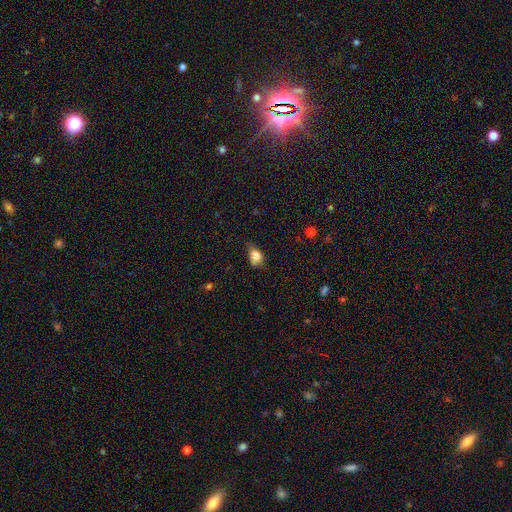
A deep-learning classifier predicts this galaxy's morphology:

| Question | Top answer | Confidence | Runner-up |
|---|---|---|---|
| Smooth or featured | smooth | 81% | star or artifact (10%) |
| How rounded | in between | 68% | round (29%) |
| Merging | none | 48% | minor disturbance (38%) |